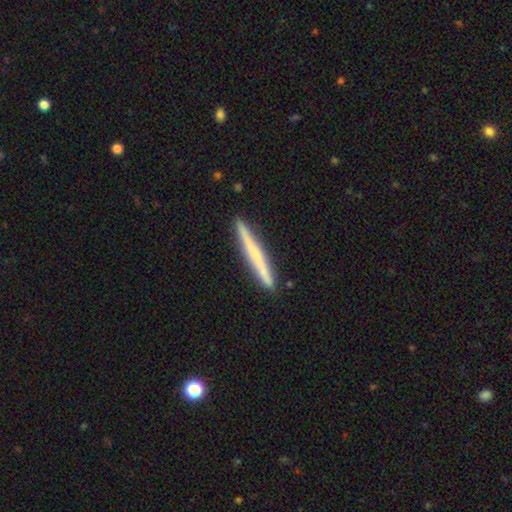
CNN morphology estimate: A featured or disk galaxy (52%) viewed edge-on (97%) with no central bulge (56%). Merging: none (91%).